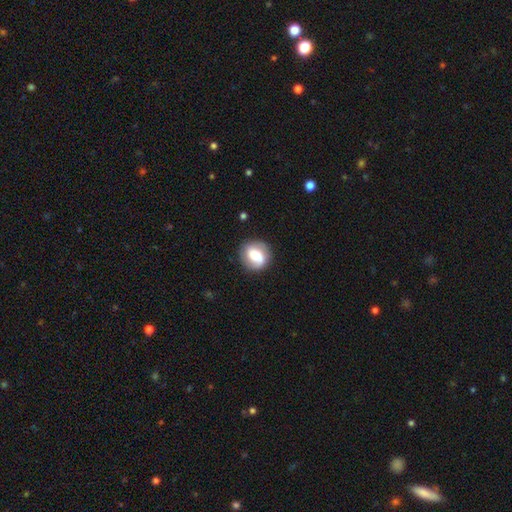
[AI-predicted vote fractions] smooth 55%, featured or disk 36%, star or artifact 8%. Down the decision tree: how rounded — round (72%); merging — none (74%).